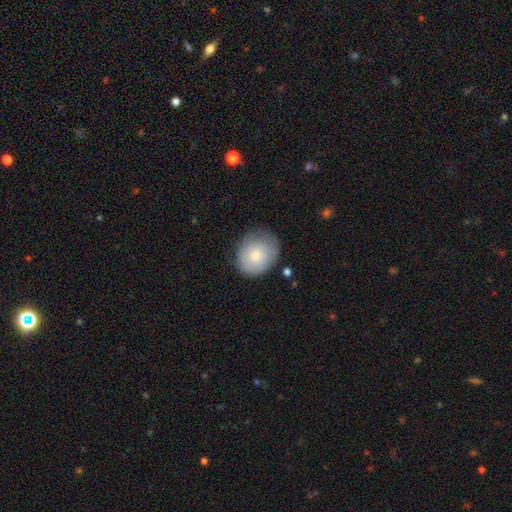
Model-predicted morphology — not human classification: Smooth or featured?
  - smooth: 76% *
  - featured or disk: 17%
  - star or artifact: 7%
How rounded?
  - round: 64% *
  - in between: 35%
  - cigar-shaped: 1%
Merging?
  - none: 67% *
  - minor disturbance: 25%
  - major disturbance: 6%
  - merger: 2%